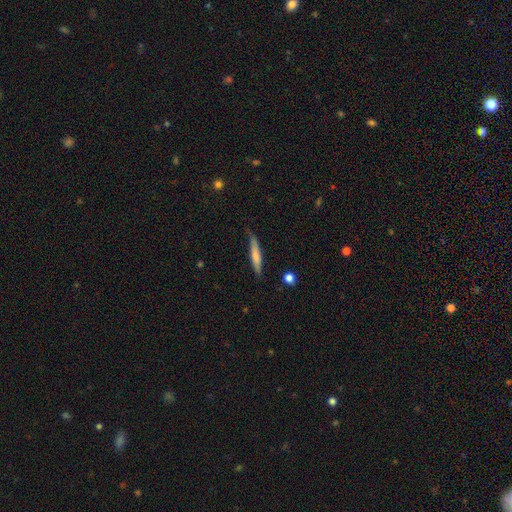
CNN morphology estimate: Smooth or featured? Predicted: smooth (p=0.64). How rounded? Predicted: cigar-shaped (p=0.90). Merging? Predicted: none (p=0.71).